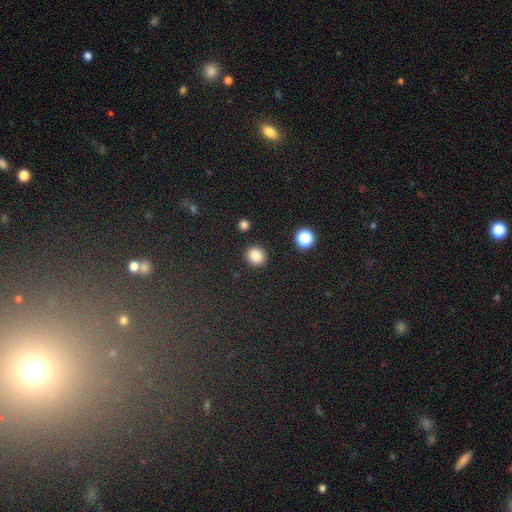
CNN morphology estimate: This is clearly a smooth galaxy (85%). How rounded: clearly round (85%). Merging: clearly none (89%).